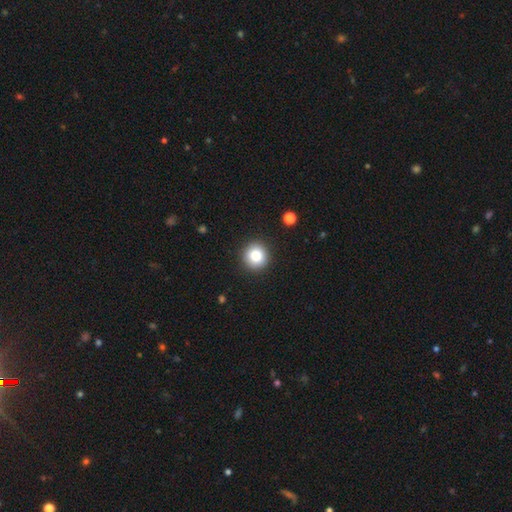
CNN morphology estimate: smooth 82%, star or artifact 11%, featured or disk 8%. Down the decision tree: how rounded — round (94%); merging — none (91%).